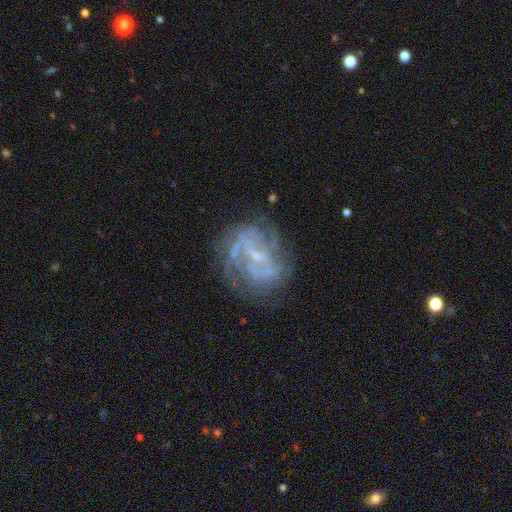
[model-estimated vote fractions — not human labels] The model was most divided on "spiral winding": tight: 42%, medium: 41%, loose: 17%. Remaining: edge-on disk — no (97%); spiral arms — yes (82%); smooth or featured — featured or disk (80%); bulge size — small (70%); merging — none (67%); bar — weak (47%); spiral arm count — can't tell (37%).